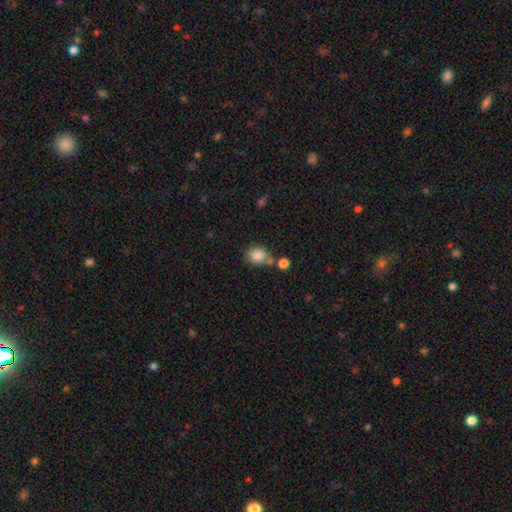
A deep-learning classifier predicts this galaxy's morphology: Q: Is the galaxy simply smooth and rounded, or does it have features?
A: smooth — 82%.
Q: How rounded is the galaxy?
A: round — 67%.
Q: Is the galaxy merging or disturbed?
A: none — 61%.